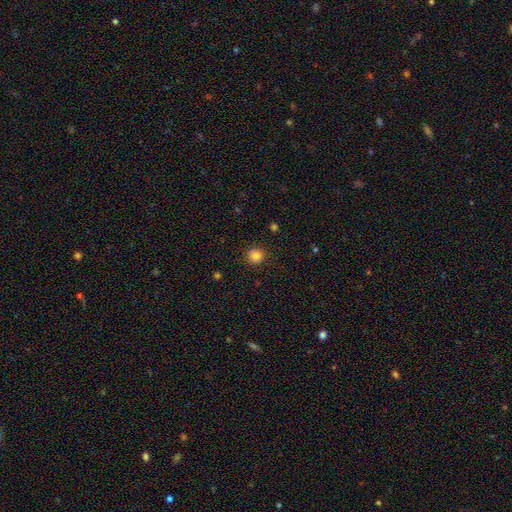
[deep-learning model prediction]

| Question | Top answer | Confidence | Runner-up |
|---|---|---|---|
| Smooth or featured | smooth | 84% | star or artifact (11%) |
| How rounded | round | 93% | in between (6%) |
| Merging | none | 91% | minor disturbance (6%) |